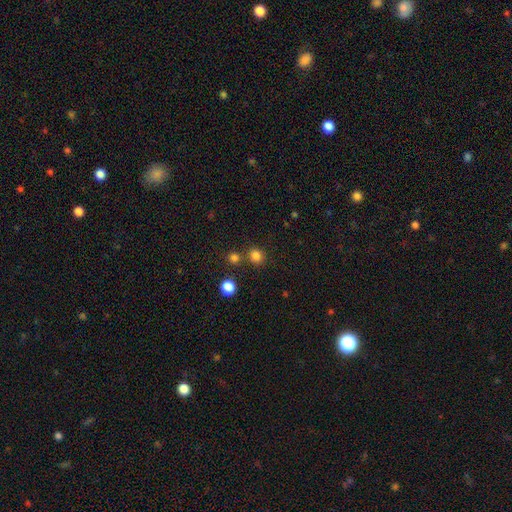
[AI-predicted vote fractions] smooth_or_featured: smooth (p=0.80) [alt: star or artifact p=0.15]
how_rounded: round (p=0.87) [alt: in between p=0.12]
merging: none (p=0.75) [alt: merger p=0.14]